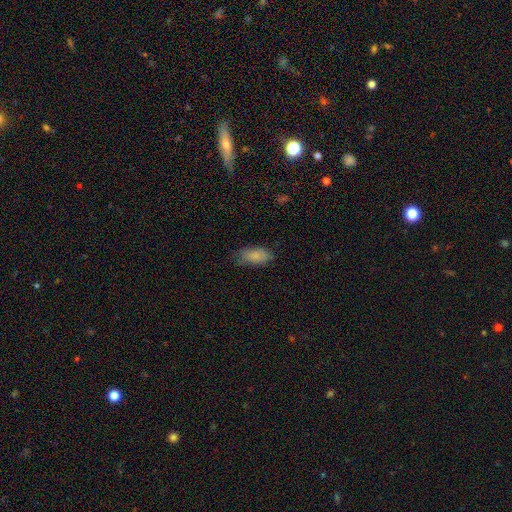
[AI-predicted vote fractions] smooth_or_featured: smooth (p=0.85) [alt: featured or disk p=0.08]
how_rounded: in between (p=0.89) [alt: cigar-shaped p=0.09]
merging: none (p=0.70) [alt: minor disturbance p=0.23]